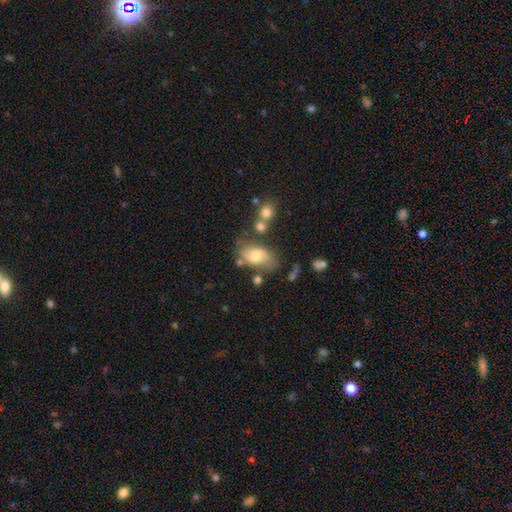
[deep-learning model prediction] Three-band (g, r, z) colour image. It shows a smooth galaxy with no disk features (55%) that is in between round and cigar-shaped (86%). Merging: none (54%).